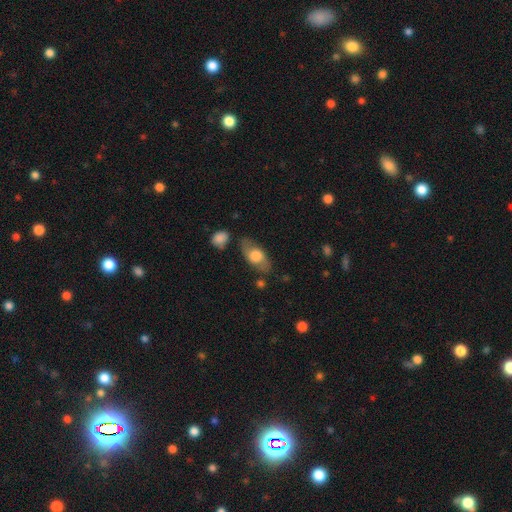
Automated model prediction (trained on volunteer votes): The model was most divided on "smooth or featured": smooth: 57%, featured or disk: 37%, star or artifact: 6%. More confident: how rounded — in between (83%); merging — none (72%).